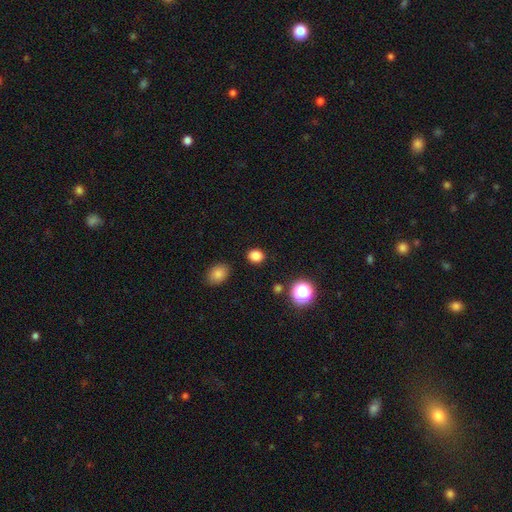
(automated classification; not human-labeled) smooth-or-featured: smooth: 83% | star or artifact: 14% | featured or disk: 3%
  how-rounded: round: 70% | in between: 29% | cigar-shaped: 1%
  merging: none: 88% | minor disturbance: 8% | major disturbance: 2% | merger: 2%